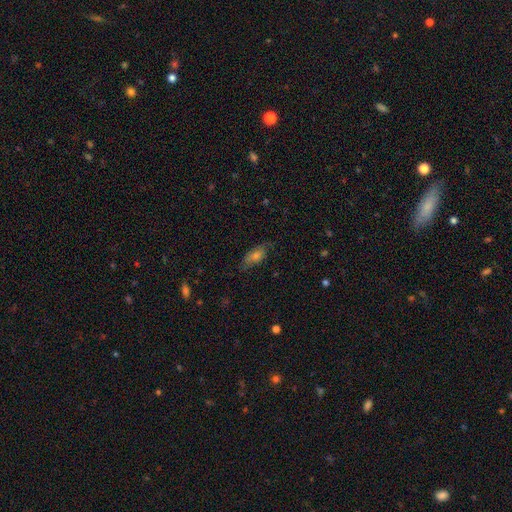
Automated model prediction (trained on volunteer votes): Smooth or featured?
  - smooth: 52% *
  - featured or disk: 34%
  - star or artifact: 14%
How rounded?
  - in between: 73% *
  - cigar-shaped: 22%
  - round: 6%
Merging?
  - none: 71% *
  - minor disturbance: 21%
  - major disturbance: 7%
  - merger: 1%